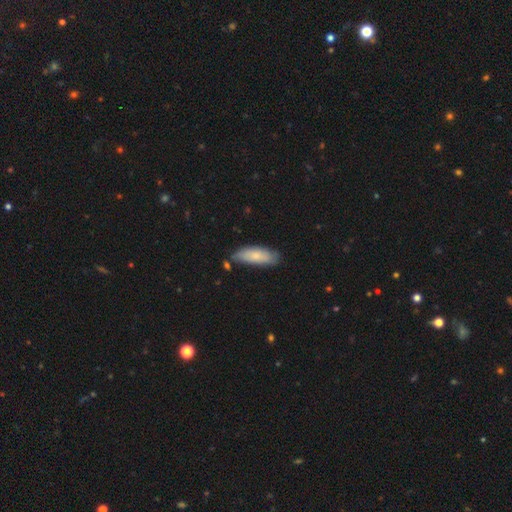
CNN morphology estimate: Smooth or featured: smooth — 76% (featured or disk — 19%)
How rounded: in between — 70% (cigar-shaped — 29%)
Merging: none — 71% (minor disturbance — 21%)